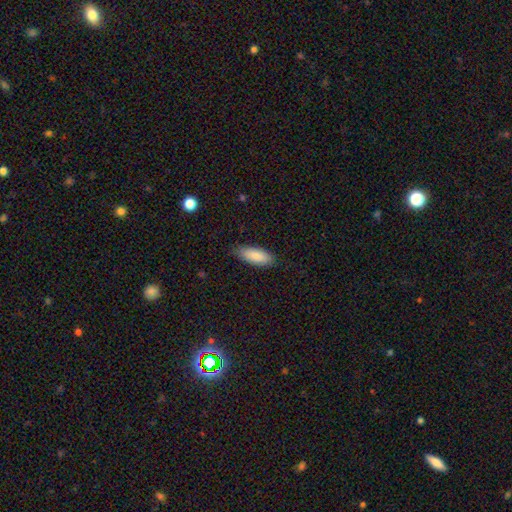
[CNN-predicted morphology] This appears to be a smooth galaxy with no disk features (88%) that is in between round and cigar-shaped (75%). Merging: none (85%).